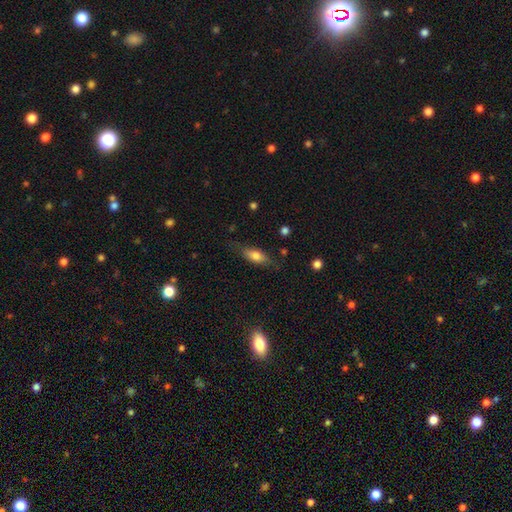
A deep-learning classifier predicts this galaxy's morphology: A smooth galaxy with no disk features (67%) that is in between round and cigar-shaped (67%). Merging: none (73%).